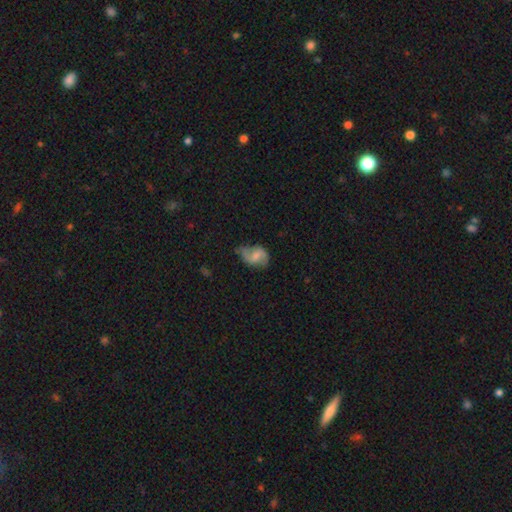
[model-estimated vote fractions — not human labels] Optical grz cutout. It shows a featured or disk galaxy (56%) with a weak bar (49%), spiral arms (85%) and a moderate central bulge (41%). Merging: none (51%).